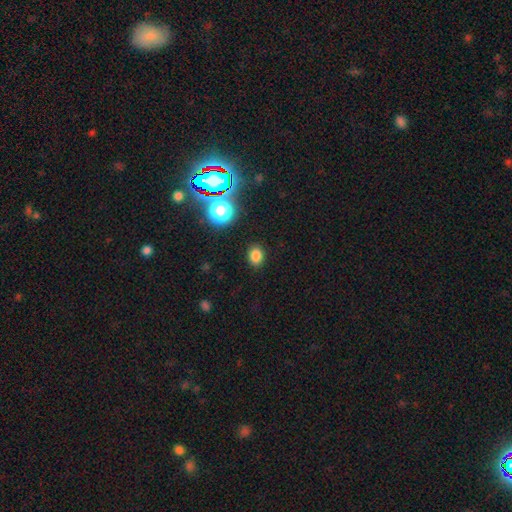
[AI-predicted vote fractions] The model was most divided on "how rounded": round: 51%, in between: 48%, cigar-shaped: 1%. More confident: merging — none (88%); smooth or featured — smooth (79%).